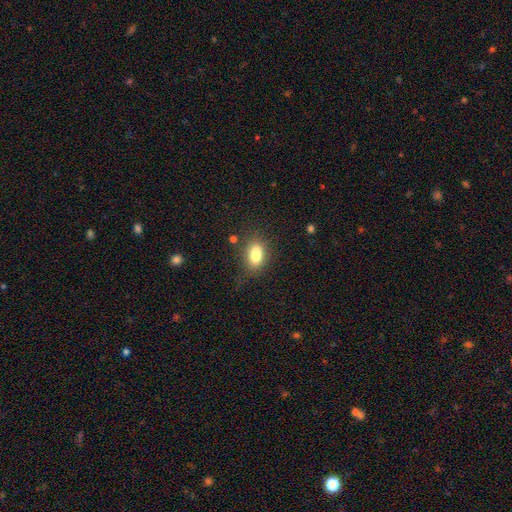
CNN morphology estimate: The model was most divided on "merging": none: 67%, minor disturbance: 19%, merger: 8%, major disturbance: 6%. More confident: how rounded — in between (82%); smooth or featured — smooth (79%).